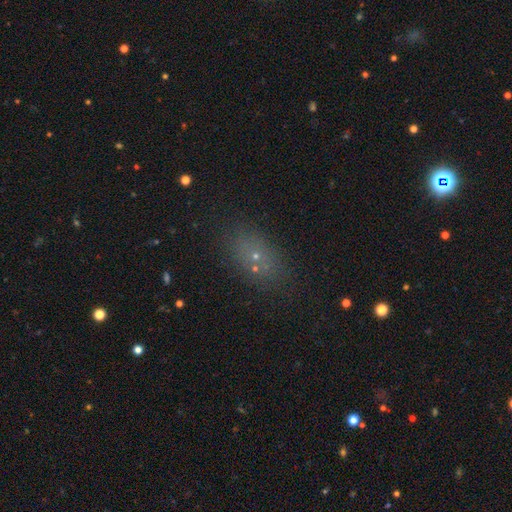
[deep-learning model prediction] Morphology: type=smooth (56%); roundness=in between (70%); merging=none (73%).